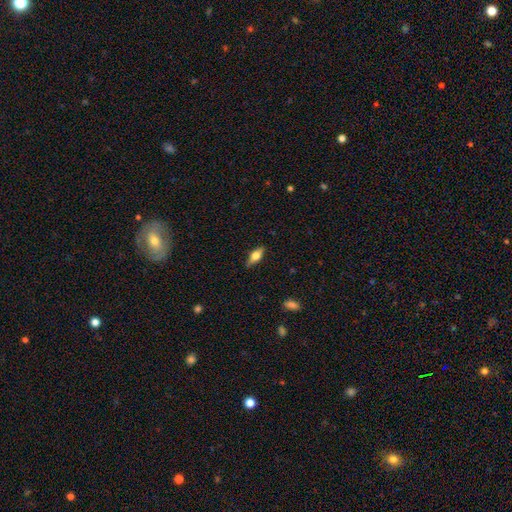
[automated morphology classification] smooth_or_featured: smooth (p=0.58) [alt: featured or disk p=0.35]
how_rounded: in between (p=0.73) [alt: cigar-shaped p=0.23]
merging: none (p=0.85) [alt: minor disturbance p=0.11]